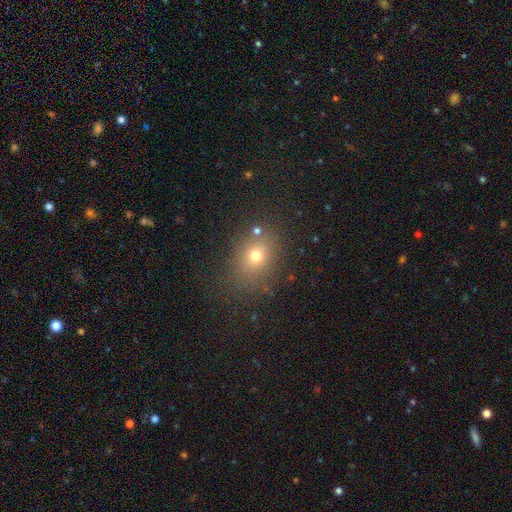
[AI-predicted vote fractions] Overall: smooth (69%). How rounded: round (50%; in between 48%). Merging: none (76%).